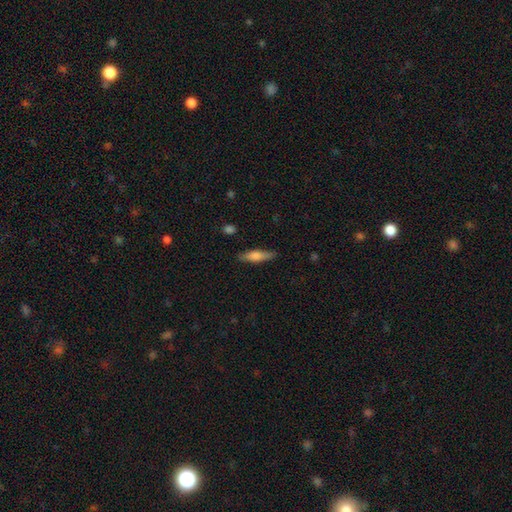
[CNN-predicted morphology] type=smooth (63%); roundness=cigar-shaped (70%); merging=none (84%).